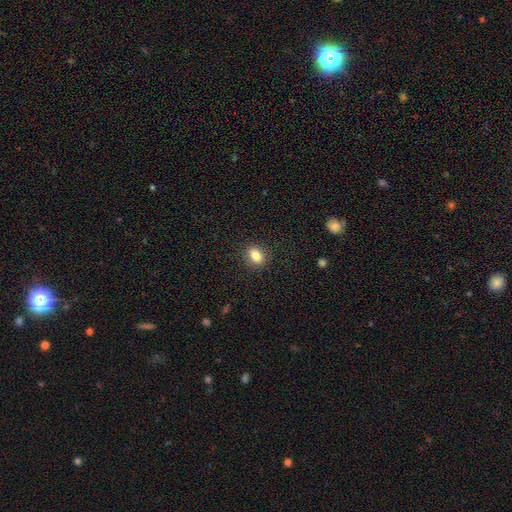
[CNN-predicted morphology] Overall: smooth (82%). How rounded: in between (60%; round 38%). Merging: none (88%).